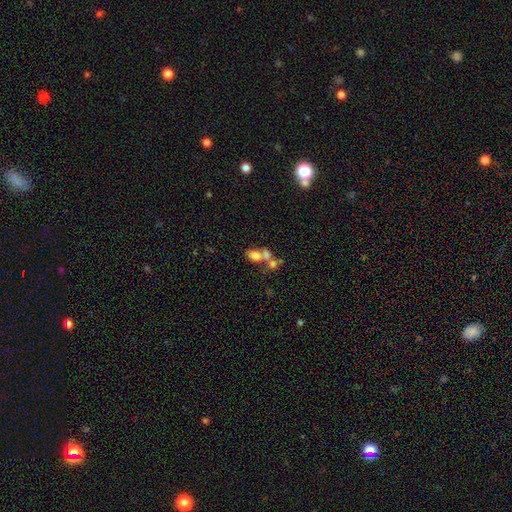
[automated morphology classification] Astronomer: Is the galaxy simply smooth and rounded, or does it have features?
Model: smooth — 70%.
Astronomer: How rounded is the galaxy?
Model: in between — 74%.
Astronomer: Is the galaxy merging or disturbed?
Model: merger — 56%.